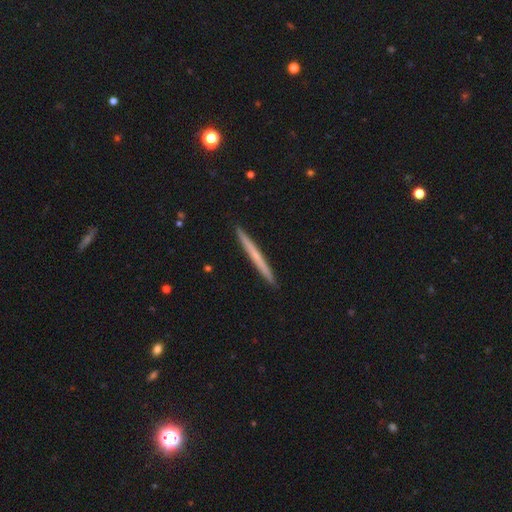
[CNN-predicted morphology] Smooth or featured? Predicted: smooth (p=0.50). Merging? Predicted: none (p=0.93).